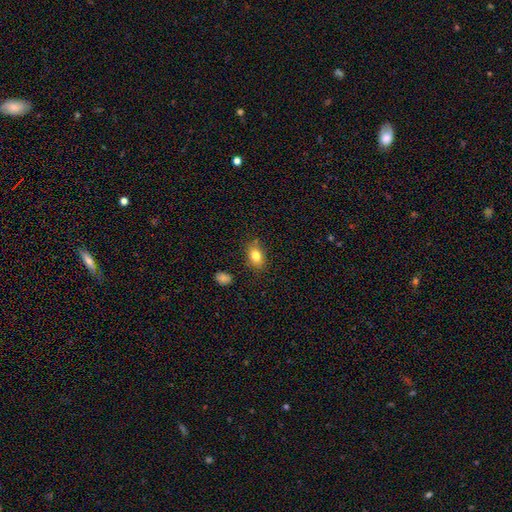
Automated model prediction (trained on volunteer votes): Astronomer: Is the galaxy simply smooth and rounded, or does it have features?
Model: smooth — 81%.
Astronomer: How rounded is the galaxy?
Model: in between — 81%.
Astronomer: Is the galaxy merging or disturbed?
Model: none — 81%.